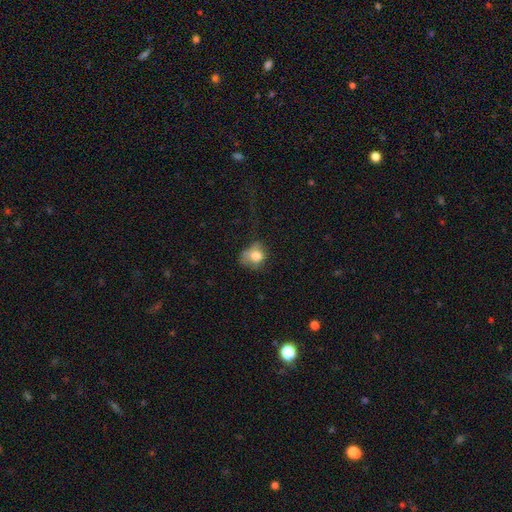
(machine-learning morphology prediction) smooth_or_featured: smooth (p=0.75) [alt: featured or disk p=0.15]
how_rounded: round (p=0.60) [alt: in between p=0.39]
merging: none (p=0.36) [alt: minor disturbance p=0.32]